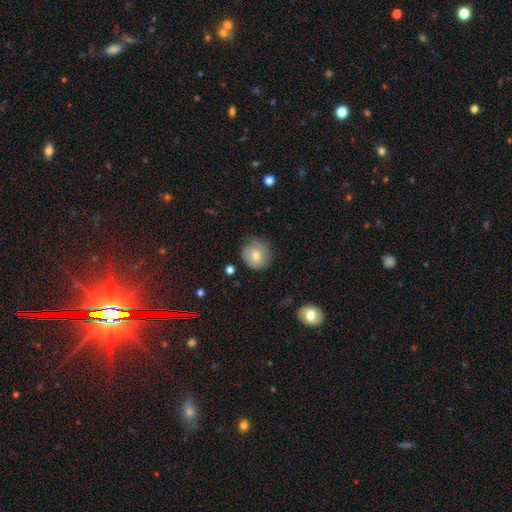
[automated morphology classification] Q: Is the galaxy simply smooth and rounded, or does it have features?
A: smooth — 65%.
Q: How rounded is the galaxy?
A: round — 90%.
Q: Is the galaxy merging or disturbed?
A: none — 70%.